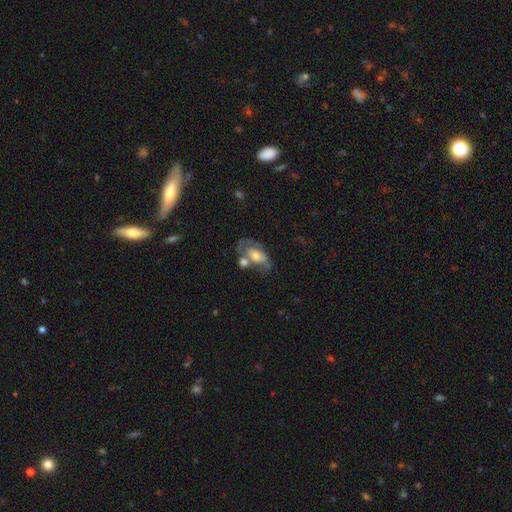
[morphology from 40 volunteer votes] smooth-or-featured: featured or disk: 70% | smooth: 25% | star or artifact: 5%
  disk-edge-on: no: 100% | yes: 0%
    bar: no: 71% | weak: 29% | strong: 0%
    has-spiral-arms: yes: 86% | no: 14%
      spiral-winding: medium: 62% | loose: 21% | tight: 17%
      spiral-arm-count: 2: 71% | can't tell: 29% | 1: 0% | 3: 0% | 4: 0% | more than 4: 0%
    bulge-size: moderate: 68% | small: 18% | large: 14% | dominant: 0% | none: 0%
  merging: none: 53% | minor disturbance: 29% | major disturbance: 11% | merger: 8%